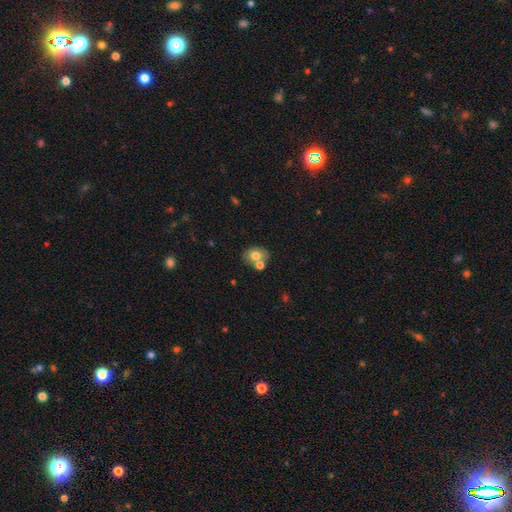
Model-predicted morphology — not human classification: The model was most divided on "how rounded": in between: 59%, round: 40%, cigar-shaped: 1%. More confident: smooth or featured — smooth (70%); merging — none (55%).